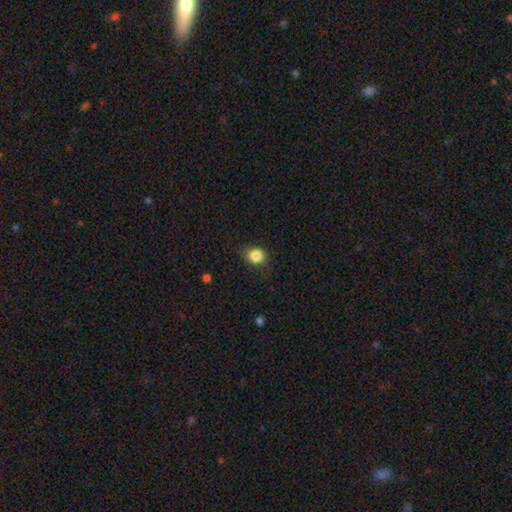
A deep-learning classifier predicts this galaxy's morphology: Smooth or featured? smooth (86%)
How rounded? round (67%)
Merging? none (84%)